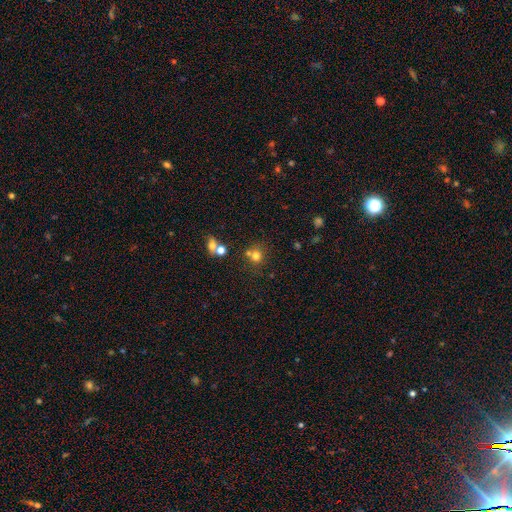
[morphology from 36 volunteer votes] Smooth or featured? smooth (89%)
How rounded? round (84%)
Merging? none (53%)